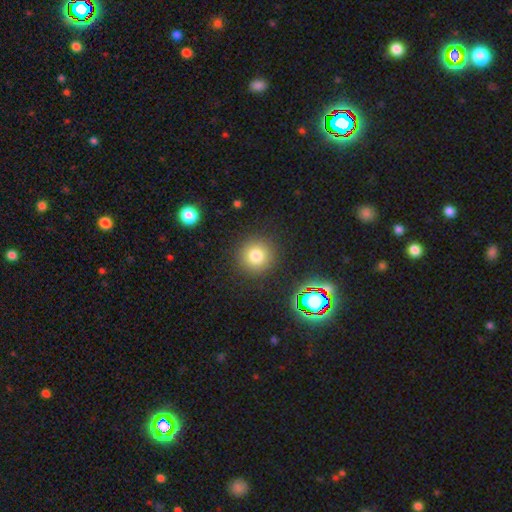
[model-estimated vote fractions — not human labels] Q: Smooth or featured?
A: smooth (77%); runner-up: star or artifact (15%)
Q: How rounded?
A: round (94%); runner-up: in between (5%)
Q: Merging?
A: none (89%); runner-up: minor disturbance (6%)